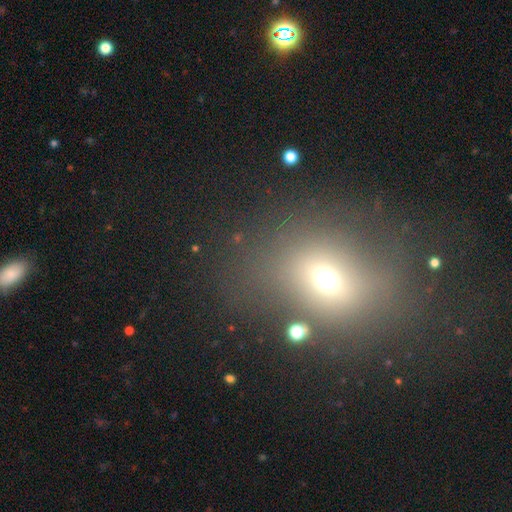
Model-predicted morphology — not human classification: This is possibly a smooth galaxy (54%). How rounded: possibly in between (50%). Merging: likely none (71%).